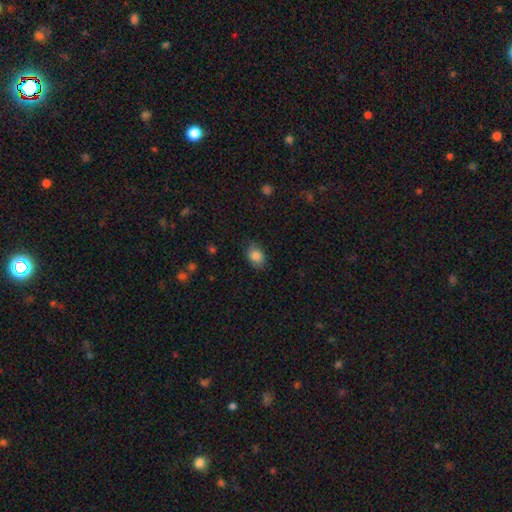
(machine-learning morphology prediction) Q: Smooth or featured?
A: smooth (85%); runner-up: star or artifact (8%)
Q: How rounded?
A: in between (72%); runner-up: round (27%)
Q: Merging?
A: none (76%); runner-up: minor disturbance (19%)